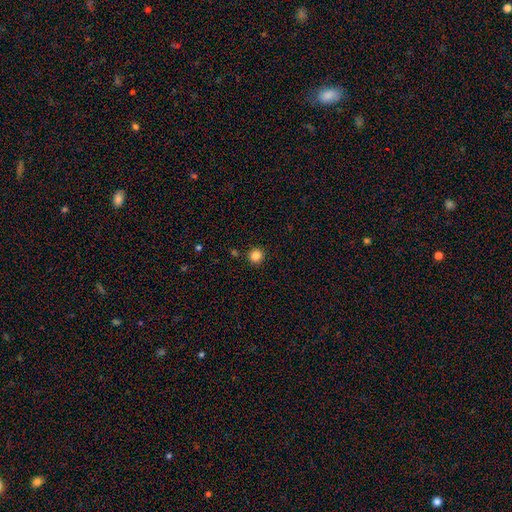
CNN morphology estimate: A smooth galaxy with no disk features (85%) that is round (91%). Merging: none (89%).